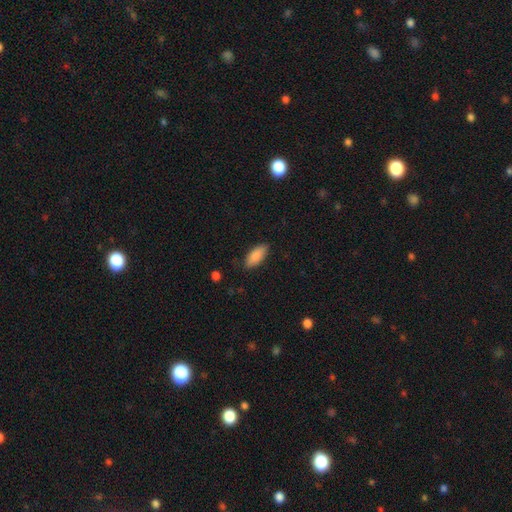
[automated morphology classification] Q: Smooth or featured?
A: smooth (87%); runner-up: featured or disk (7%)
Q: How rounded?
A: in between (85%); runner-up: cigar-shaped (13%)
Q: Merging?
A: none (84%); runner-up: minor disturbance (12%)